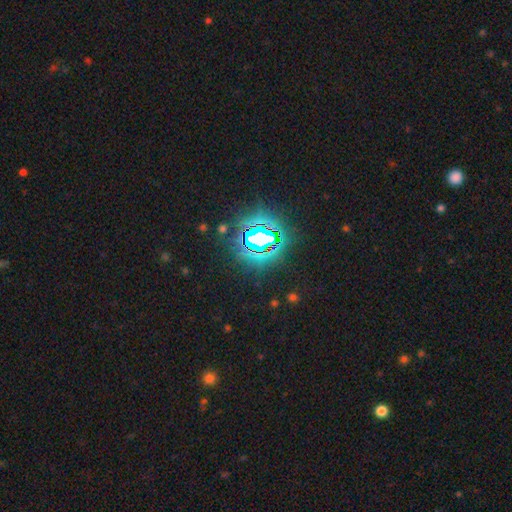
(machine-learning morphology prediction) smooth_or_featured: star or artifact (p=0.85) [alt: smooth p=0.09]